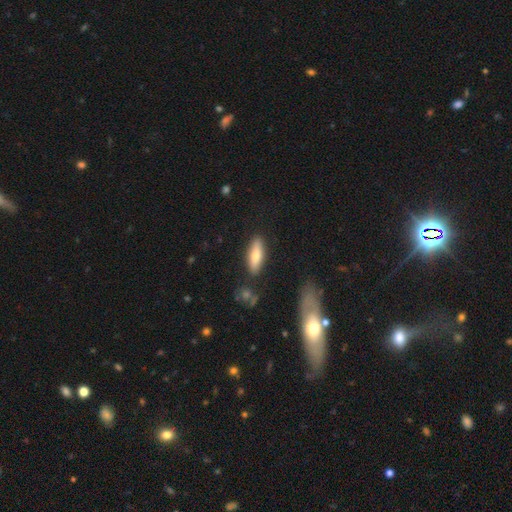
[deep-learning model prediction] Smooth or featured? smooth (70%)
How rounded? in between (53%)
Merging? none (85%)